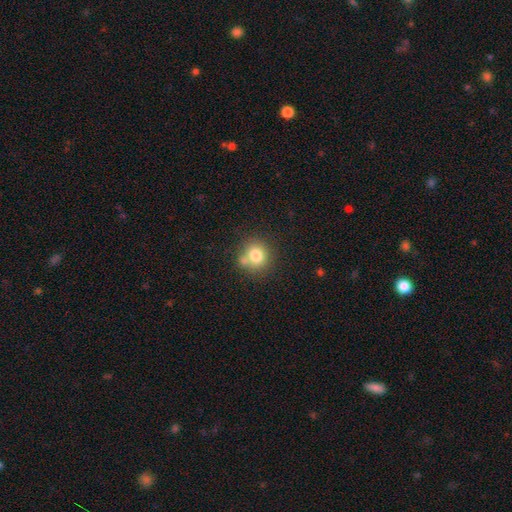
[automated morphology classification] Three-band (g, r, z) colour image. It shows a smooth galaxy with no disk features (79%) that is round (83%). Merging: none (60%).